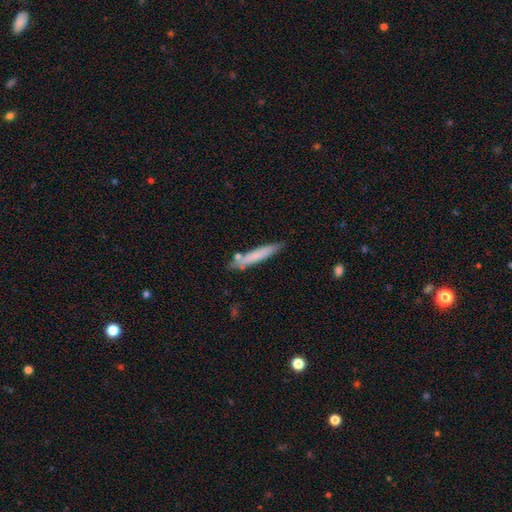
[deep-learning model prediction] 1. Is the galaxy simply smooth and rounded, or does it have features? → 71% smooth, 23% featured or disk, 6% star or artifact.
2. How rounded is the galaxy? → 92% cigar-shaped, 6% in between, 1% round.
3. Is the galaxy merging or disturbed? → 75% none, 15% minor disturbance, 7% merger, 3% major disturbance.